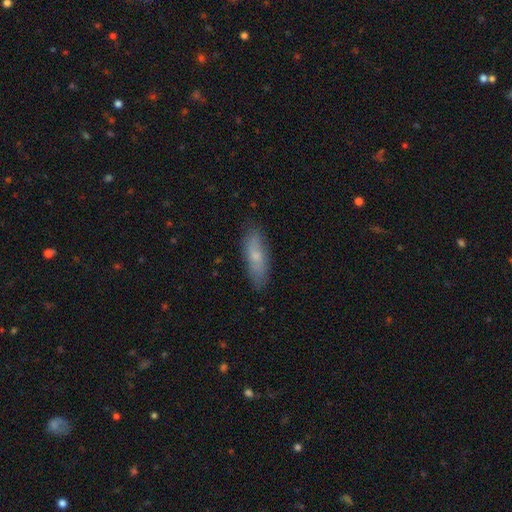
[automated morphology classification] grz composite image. It shows a smooth galaxy with no disk features (65%) that is cigar-shaped (52%). Merging: none (82%).